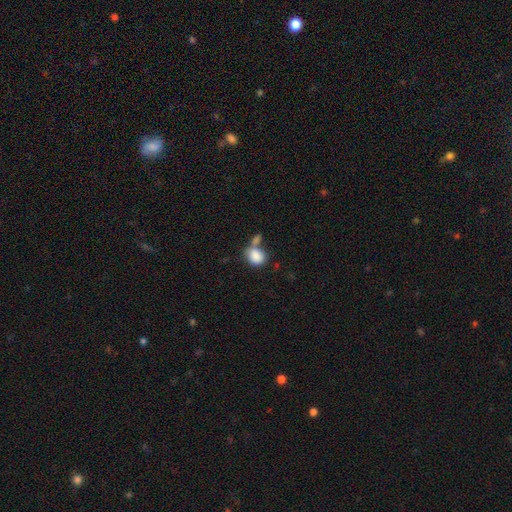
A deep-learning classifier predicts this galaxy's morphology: The model was most divided on "how rounded": in between: 52%, round: 47%, cigar-shaped: 1%. Remaining: smooth or featured — smooth (85%); merging — merger (43%).